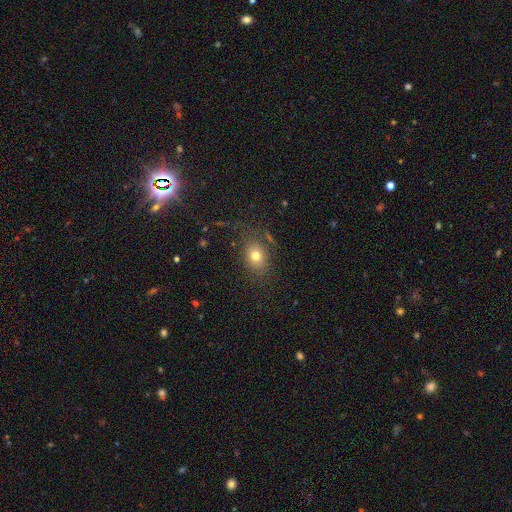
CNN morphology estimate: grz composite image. It shows a smooth galaxy with no disk features (74%) that is in between round and cigar-shaped (60%). Merging: none (75%).